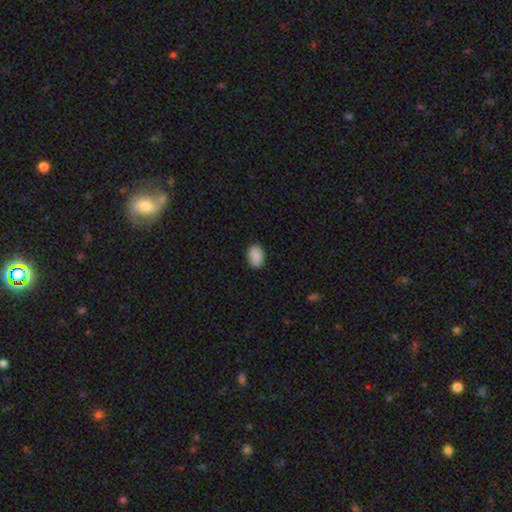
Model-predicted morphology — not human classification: type=smooth (89%); roundness=in between (85%); merging=none (88%).